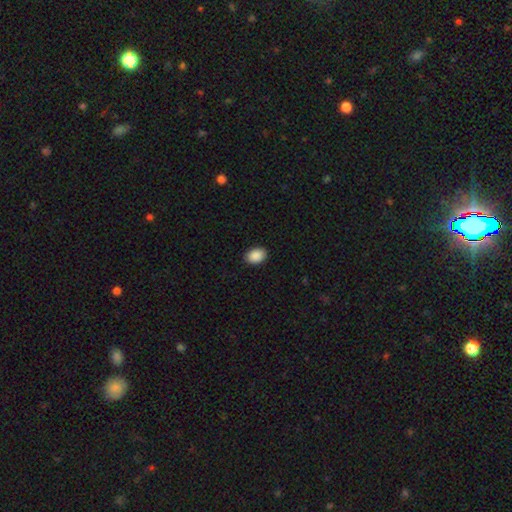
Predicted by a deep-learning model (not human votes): A smooth galaxy with no disk features (90%) that is in between round and cigar-shaped (78%).

Vote fractions:
- Smooth or featured? smooth: 90% / star or artifact: 7% / featured or disk: 3%
- How rounded? in between: 78% / round: 21% / cigar-shaped: 1%
- Merging? none: 90% / minor disturbance: 8% / major disturbance: 2% / merger: 1%